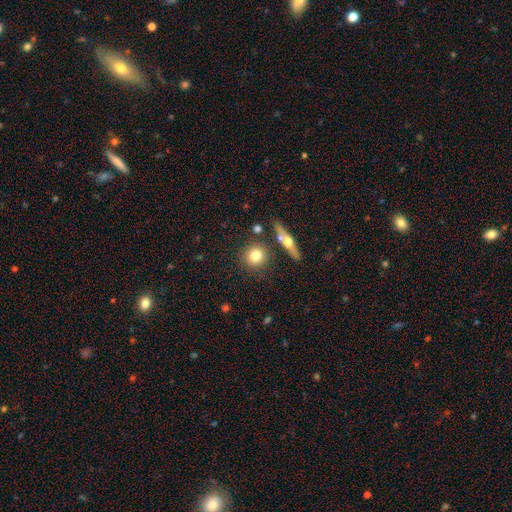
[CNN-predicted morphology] Smooth or featured?
  - smooth: 77% *
  - featured or disk: 15%
  - star or artifact: 9%
How rounded?
  - round: 88% *
  - in between: 10%
  - cigar-shaped: 2%
Merging?
  - none: 80% *
  - minor disturbance: 9%
  - merger: 8%
  - major disturbance: 3%